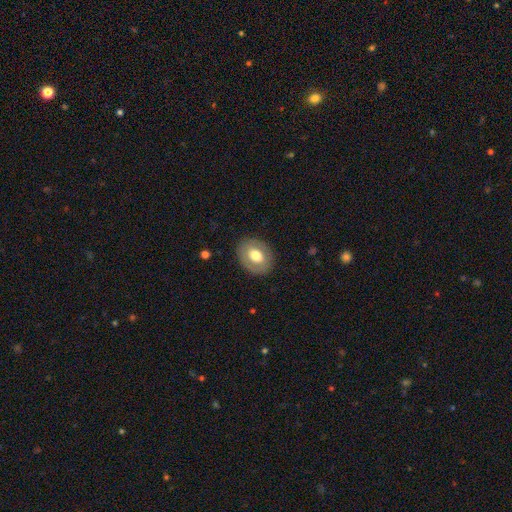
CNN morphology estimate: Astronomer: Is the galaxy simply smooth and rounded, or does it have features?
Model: smooth — 64%.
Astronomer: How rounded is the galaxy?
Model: in between — 57% (runner-up: round, 43%).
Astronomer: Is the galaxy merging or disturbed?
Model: none — 85%.